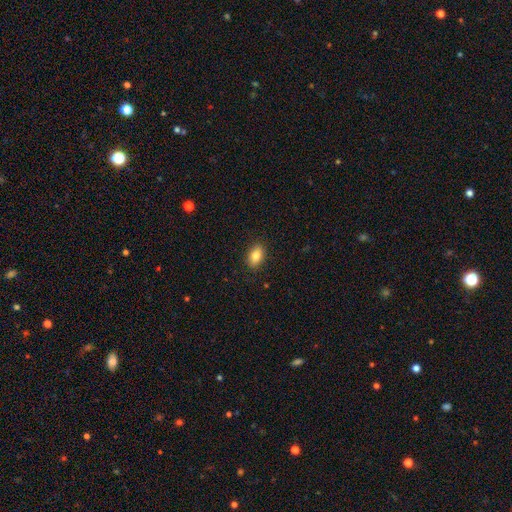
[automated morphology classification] This appears to be a smooth galaxy with no disk features (85%) that is in between round and cigar-shaped (88%). Merging: none (89%).